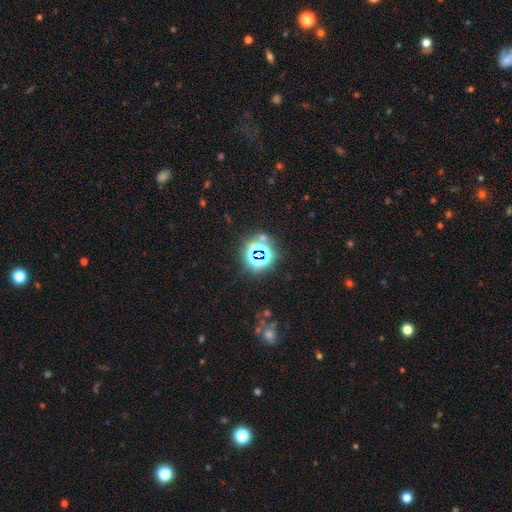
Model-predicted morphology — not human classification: star or artifact 72%, smooth 18%, featured or disk 10%.